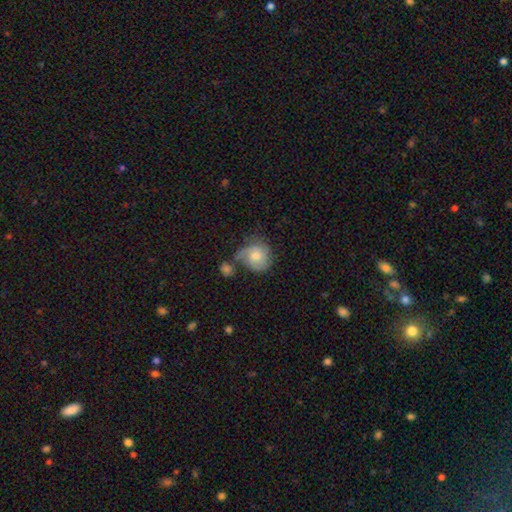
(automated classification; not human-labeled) smooth_or_featured: featured or disk (p=0.48) [alt: smooth p=0.44]
merging: none (p=0.46) [alt: minor disturbance p=0.25]